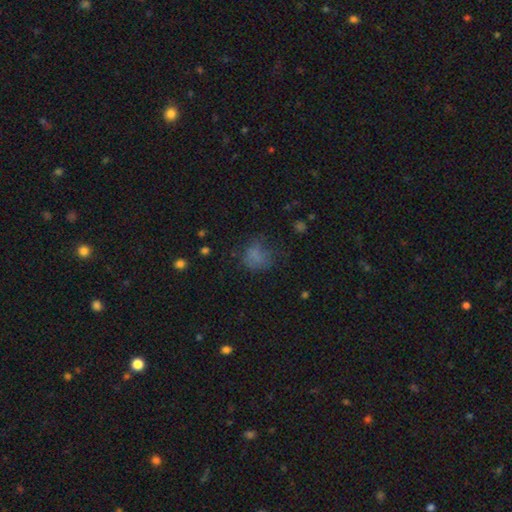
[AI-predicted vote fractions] Smooth or featured?
  - smooth: 65% *
  - star or artifact: 18%
  - featured or disk: 16%
How rounded?
  - round: 61% *
  - in between: 38%
  - cigar-shaped: 1%
Merging?
  - none: 46% *
  - major disturbance: 26%
  - minor disturbance: 24%
  - merger: 3%